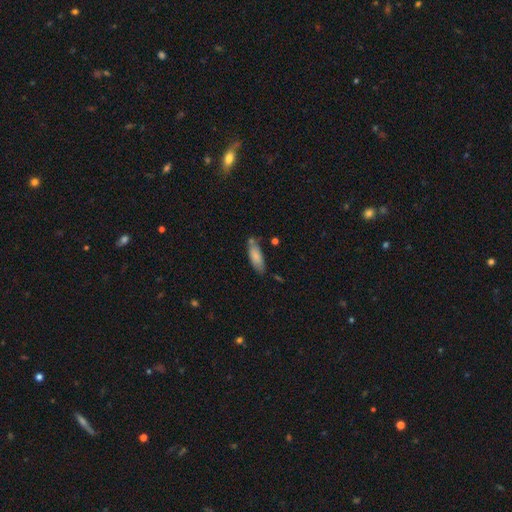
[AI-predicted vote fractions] A smooth galaxy with no disk features (81%) that is in between round and cigar-shaped (58%). Merging: none (63%).